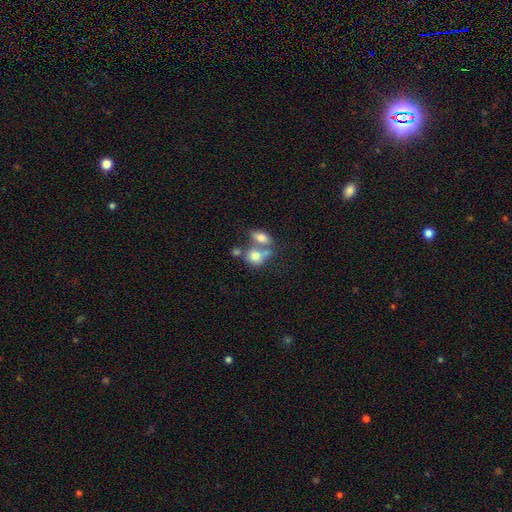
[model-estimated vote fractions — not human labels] Smooth or featured? smooth (74%)
How rounded? in between (57%)
Merging? merger (57%)